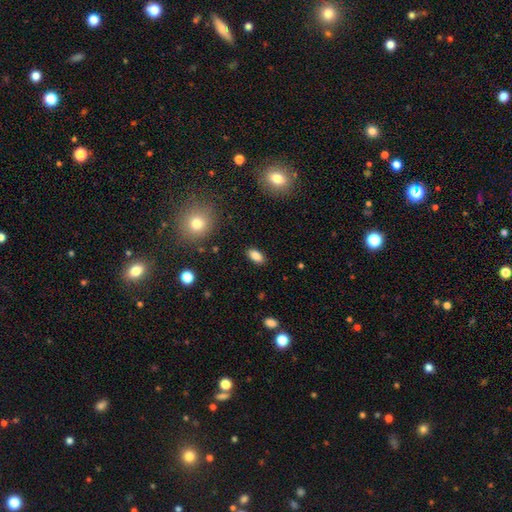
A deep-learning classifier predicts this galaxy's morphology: smooth-or-featured: smooth: 85% | star or artifact: 9% | featured or disk: 6%
  how-rounded: in between: 91% | cigar-shaped: 5% | round: 4%
  merging: none: 88% | minor disturbance: 8% | major disturbance: 2% | merger: 1%